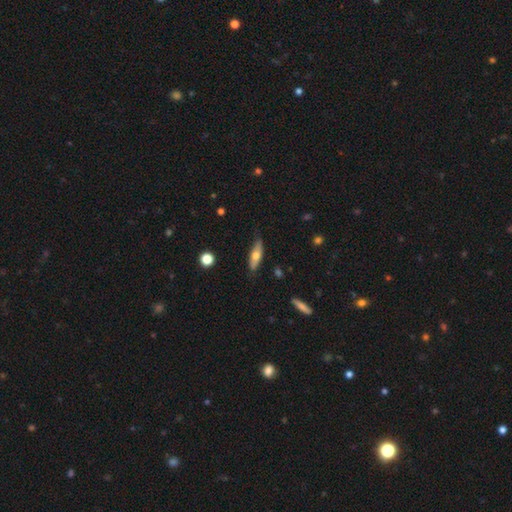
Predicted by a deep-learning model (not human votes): Smooth or featured?
  - smooth: 58% *
  - featured or disk: 36%
  - star or artifact: 6%
How rounded?
  - cigar-shaped: 49% *
  - in between: 48%
  - round: 3%
Merging?
  - none: 74% *
  - minor disturbance: 21%
  - major disturbance: 4%
  - merger: 2%